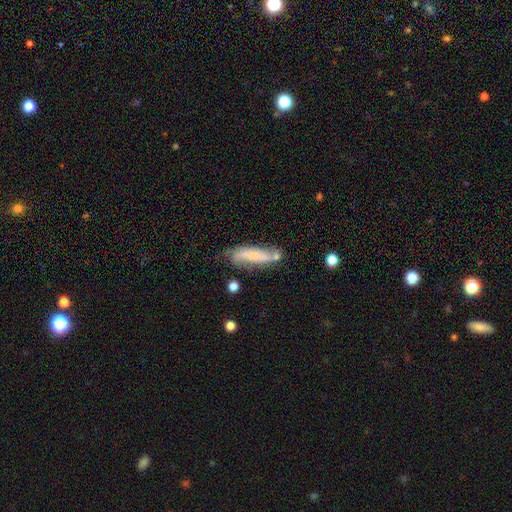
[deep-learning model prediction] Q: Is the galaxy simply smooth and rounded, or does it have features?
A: featured or disk — 59%.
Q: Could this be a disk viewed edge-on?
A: no — 76%.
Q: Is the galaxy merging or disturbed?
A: none — 48%.